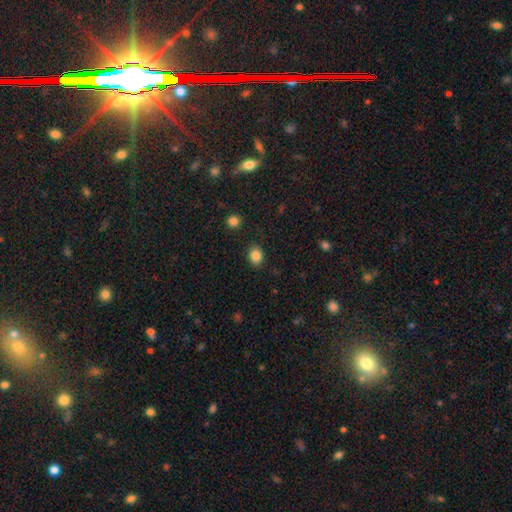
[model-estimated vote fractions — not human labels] Smooth or featured? Predicted: smooth (p=0.85). How rounded? Predicted: round (p=0.61). Merging? Predicted: none (p=0.88).